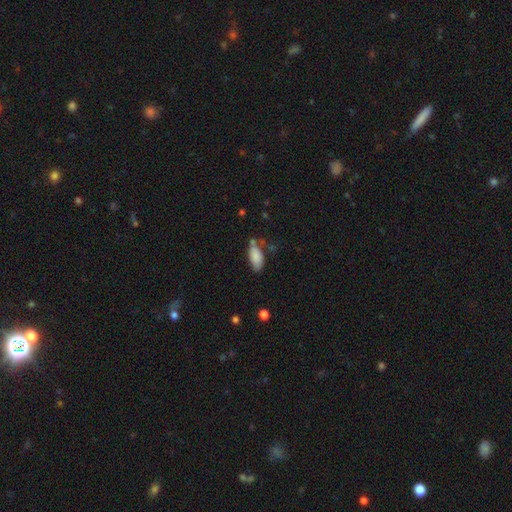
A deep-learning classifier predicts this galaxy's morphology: This is clearly a smooth galaxy (85%). How rounded: clearly in between (90%). Merging: possibly none (55%).